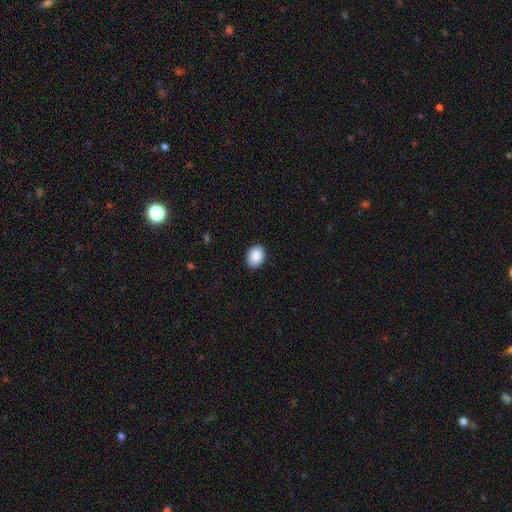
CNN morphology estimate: Smooth or featured?
  - smooth: 90% *
  - star or artifact: 7%
  - featured or disk: 3%
How rounded?
  - in between: 73% *
  - round: 26%
  - cigar-shaped: 1%
Merging?
  - none: 88% *
  - minor disturbance: 9%
  - major disturbance: 2%
  - merger: 1%